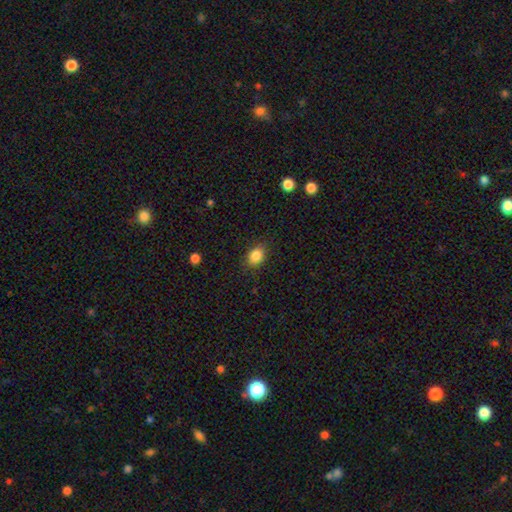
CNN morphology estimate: Q: Smooth or featured?
A: smooth (86%); runner-up: star or artifact (9%)
Q: How rounded?
A: in between (69%); runner-up: round (30%)
Q: Merging?
A: none (85%); runner-up: minor disturbance (11%)